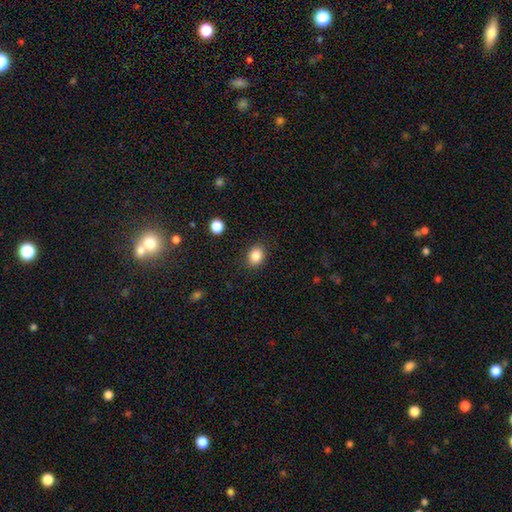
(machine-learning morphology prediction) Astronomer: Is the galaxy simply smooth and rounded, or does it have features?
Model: smooth — 86%.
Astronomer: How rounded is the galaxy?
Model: in between — 52% (runner-up: round, 47%).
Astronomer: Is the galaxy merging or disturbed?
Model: none — 87%.